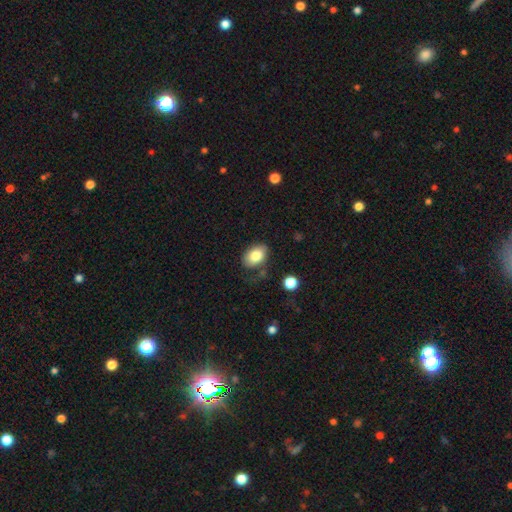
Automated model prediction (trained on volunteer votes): This appears to be a smooth galaxy with no disk features (81%) that is in between round and cigar-shaped (83%). Merging: none (67%).